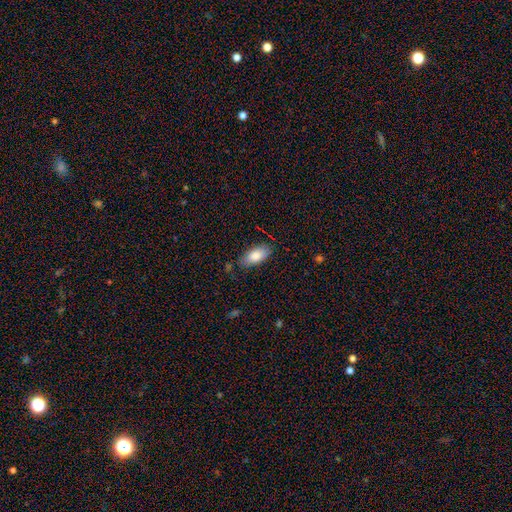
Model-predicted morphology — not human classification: Smooth or featured? Predicted: smooth (p=0.83). How rounded? Predicted: in between (p=0.90). Merging? Predicted: none (p=0.77).